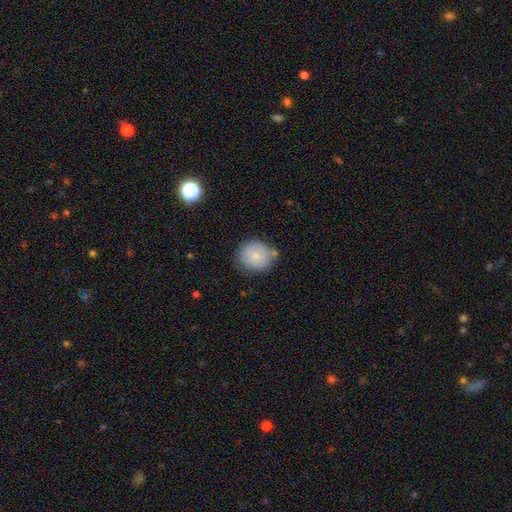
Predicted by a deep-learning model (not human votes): The model was most divided on "merging": none: 70%, minor disturbance: 18%, merger: 7%, major disturbance: 4%. More confident: how rounded — round (80%); smooth or featured — smooth (79%).